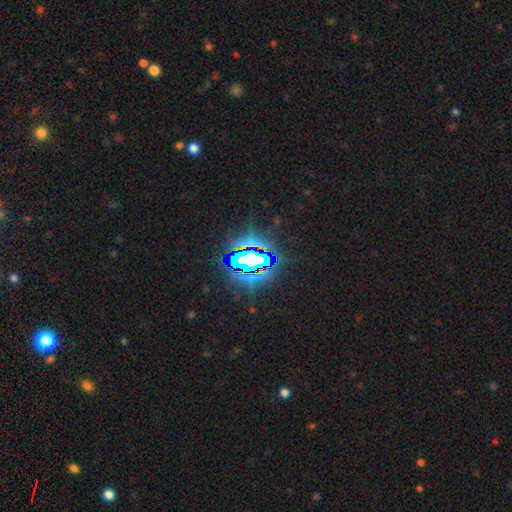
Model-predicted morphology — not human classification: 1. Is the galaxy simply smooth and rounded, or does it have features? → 77% star or artifact, 12% featured or disk, 11% smooth.